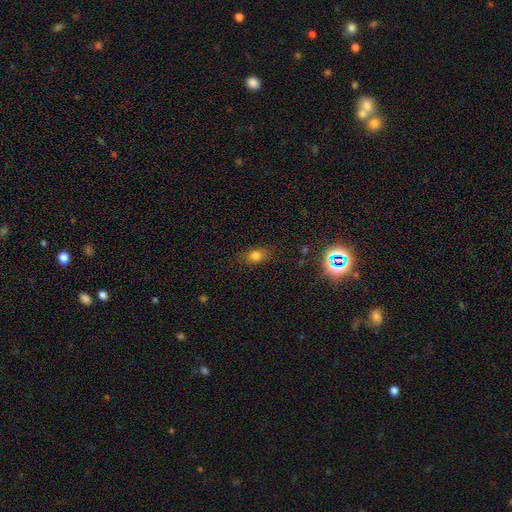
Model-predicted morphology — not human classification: A smooth galaxy with no disk features (76%) that is in between round and cigar-shaped (69%). Merging: none (80%).